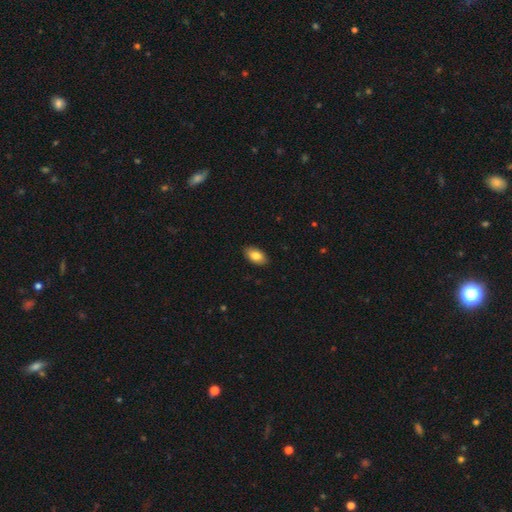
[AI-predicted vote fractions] Smooth or featured?
  - smooth: 83% *
  - featured or disk: 10%
  - star or artifact: 7%
How rounded?
  - in between: 93% *
  - round: 5%
  - cigar-shaped: 2%
Merging?
  - none: 89% *
  - minor disturbance: 8%
  - major disturbance: 2%
  - merger: 1%